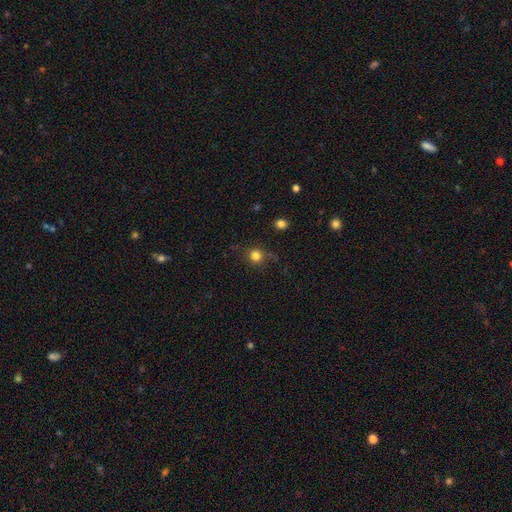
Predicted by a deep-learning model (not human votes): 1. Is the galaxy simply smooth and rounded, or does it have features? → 81% smooth, 13% star or artifact, 5% featured or disk.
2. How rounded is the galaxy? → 90% round, 9% in between, 1% cigar-shaped.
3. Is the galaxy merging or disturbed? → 79% none, 13% minor disturbance, 5% major disturbance, 3% merger.